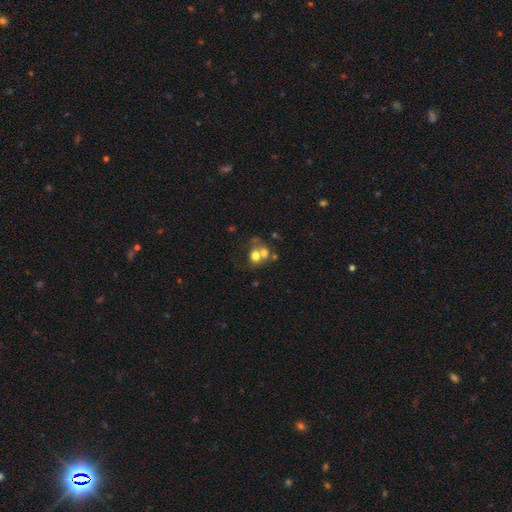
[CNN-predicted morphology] A smooth galaxy with no disk features (63%) that is round (69%). Merging: merger (55%).